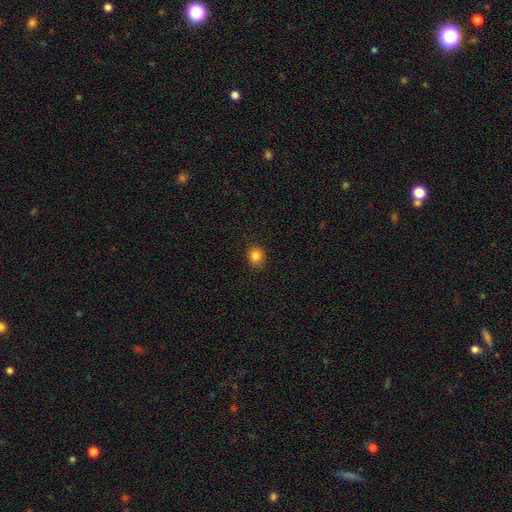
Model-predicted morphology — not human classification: type=smooth (83%); roundness=round (74%); merging=none (86%).